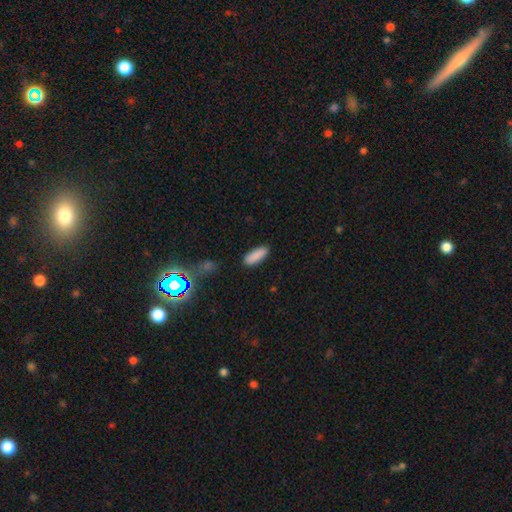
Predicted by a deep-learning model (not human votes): A smooth galaxy with no disk features (88%) that is in between round and cigar-shaped (67%).

Vote fractions:
- Smooth or featured? smooth: 88% / star or artifact: 7% / featured or disk: 5%
- How rounded? in between: 67% / cigar-shaped: 31% / round: 2%
- Merging? none: 87% / minor disturbance: 9% / major disturbance: 2% / merger: 2%